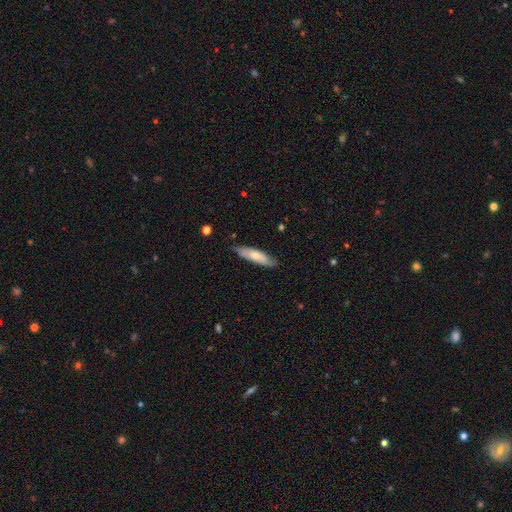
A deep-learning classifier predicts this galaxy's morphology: Smooth or featured?
  - smooth: 60% *
  - featured or disk: 34%
  - star or artifact: 5%
How rounded?
  - cigar-shaped: 67% *
  - in between: 31%
  - round: 2%
Merging?
  - none: 76% *
  - minor disturbance: 19%
  - major disturbance: 3%
  - merger: 1%